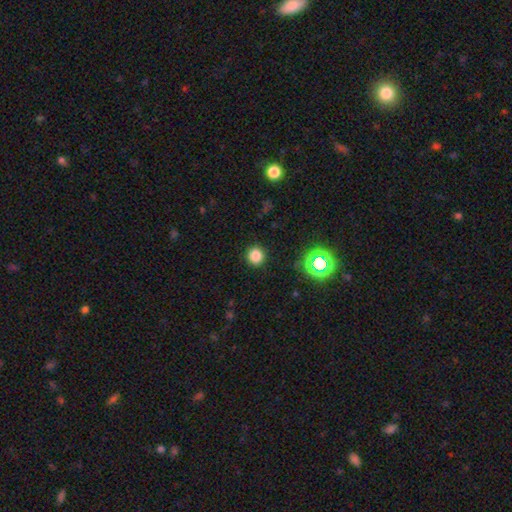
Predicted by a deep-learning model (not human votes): Q: Smooth or featured?
A: smooth (79%); runner-up: star or artifact (16%)
Q: How rounded?
A: round (89%); runner-up: in between (10%)
Q: Merging?
A: none (91%); runner-up: minor disturbance (6%)